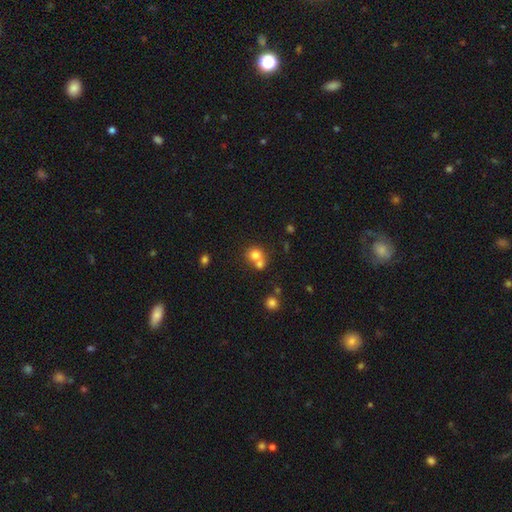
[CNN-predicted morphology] Smooth or featured?
  - smooth: 74% *
  - featured or disk: 14%
  - star or artifact: 12%
How rounded?
  - round: 81% *
  - in between: 18%
  - cigar-shaped: 1%
Merging?
  - merger: 51% *
  - none: 40%
  - minor disturbance: 7%
  - major disturbance: 3%